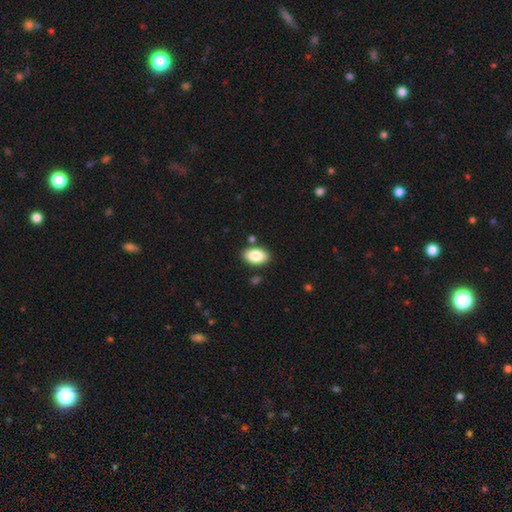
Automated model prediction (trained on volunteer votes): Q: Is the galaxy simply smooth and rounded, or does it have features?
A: smooth — 86%.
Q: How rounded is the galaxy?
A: in between — 92%.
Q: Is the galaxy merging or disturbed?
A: none — 85%.